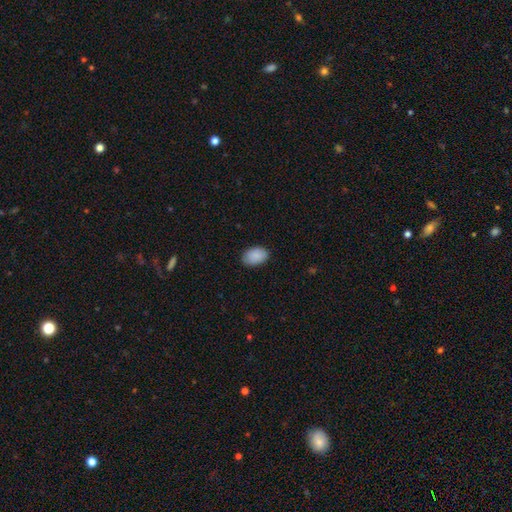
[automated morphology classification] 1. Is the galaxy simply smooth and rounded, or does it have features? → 90% smooth, 6% star or artifact, 4% featured or disk.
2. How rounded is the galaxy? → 89% in between, 10% round, 1% cigar-shaped.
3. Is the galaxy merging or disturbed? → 86% none, 11% minor disturbance, 2% major disturbance, 1% merger.